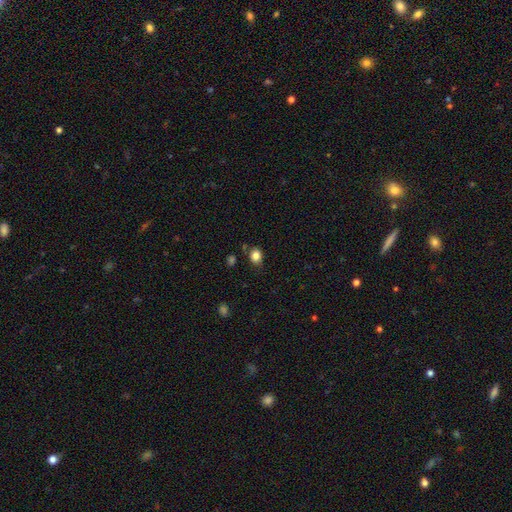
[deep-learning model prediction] A smooth galaxy with no disk features (83%) that is in between round and cigar-shaped (50%).

Vote fractions:
- Smooth or featured? smooth: 83% / star or artifact: 11% / featured or disk: 6%
- How rounded? in between: 50% / round: 49% / cigar-shaped: 1%
- Merging? none: 77% / minor disturbance: 15% / merger: 4% / major disturbance: 3%